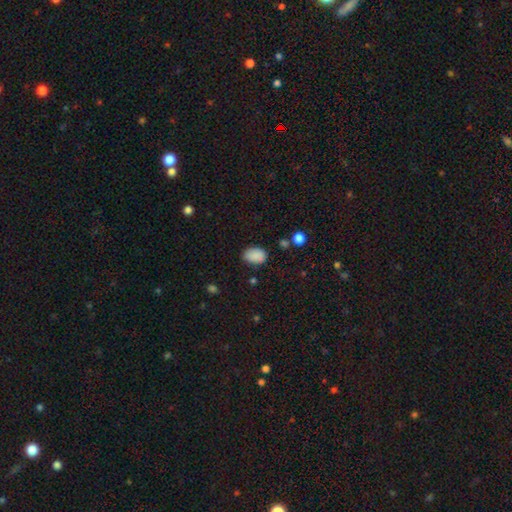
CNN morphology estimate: Overall: smooth (87%). How rounded: in between (84%). Merging: none (77%).